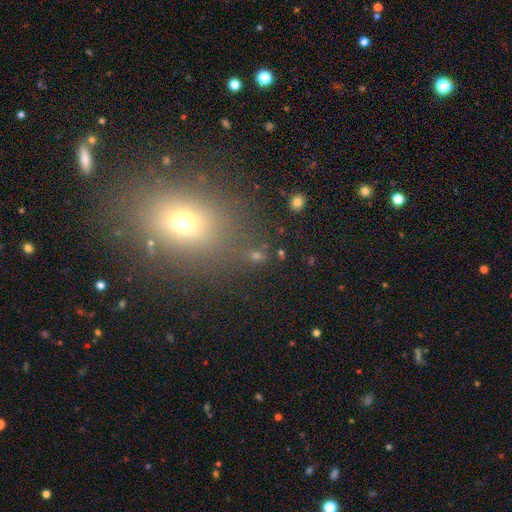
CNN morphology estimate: Overall: smooth (52%; star or artifact 35%). How rounded: round (58%; in between 39%). Merging: none (69%).